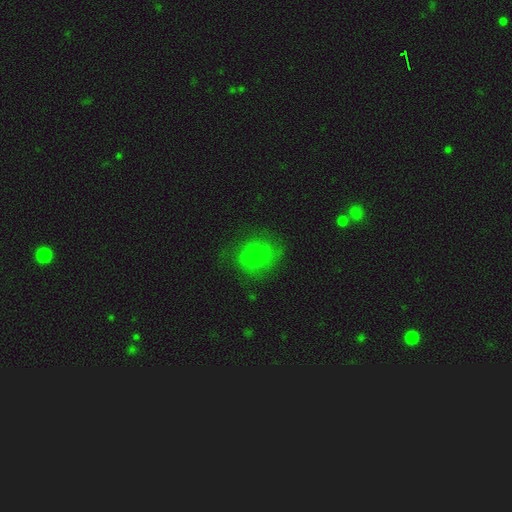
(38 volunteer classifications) Smooth or featured? smooth (50%)
How rounded? round (63%)
Merging? none (60%)